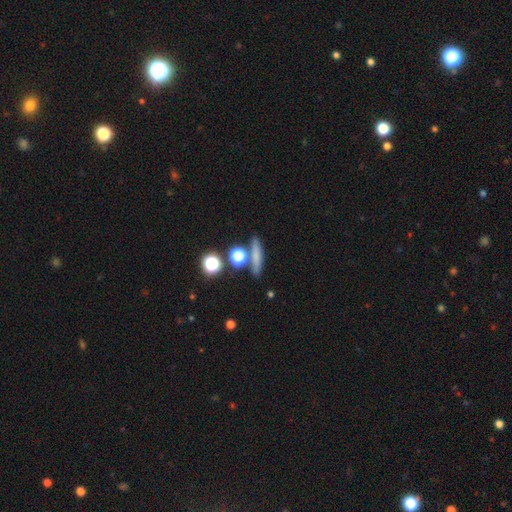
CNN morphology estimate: A smooth galaxy with no disk features (66%) that is cigar-shaped (67%). Merging: none (76%).